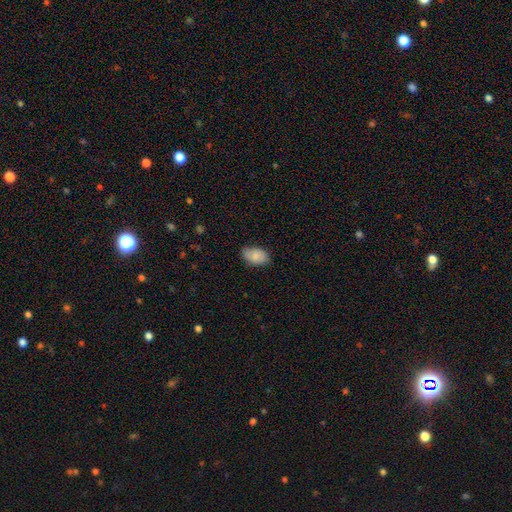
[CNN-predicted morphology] Overall: smooth (84%). How rounded: in between (92%). Merging: none (75%).